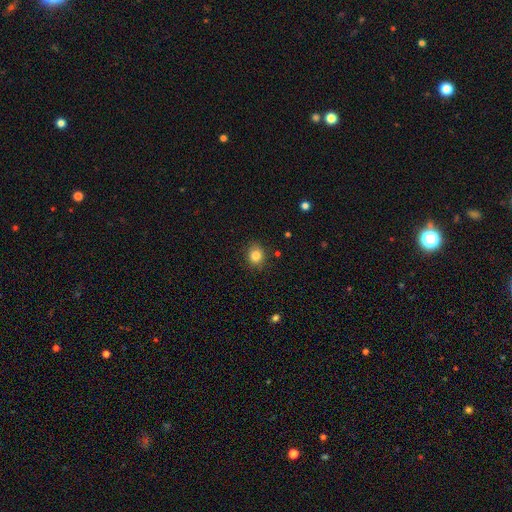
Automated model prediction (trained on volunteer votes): smooth-or-featured: smooth: 83% | star or artifact: 11% | featured or disk: 6%
  how-rounded: round: 70% | in between: 29% | cigar-shaped: 1%
  merging: none: 86% | minor disturbance: 10% | major disturbance: 2% | merger: 1%